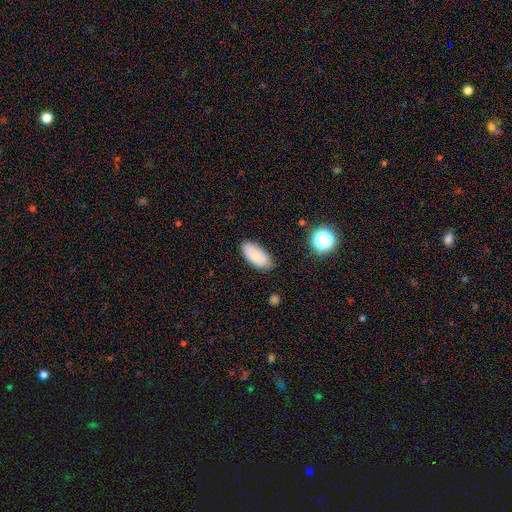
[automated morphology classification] This is clearly a smooth galaxy (81%). How rounded: clearly in between (92%). Merging: likely none (76%).